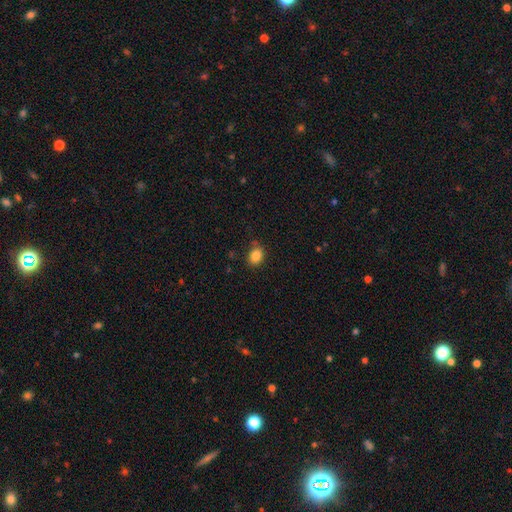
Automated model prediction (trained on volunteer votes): A smooth galaxy with no disk features (86%) that is in between round and cigar-shaped (62%). Merging: none (77%).